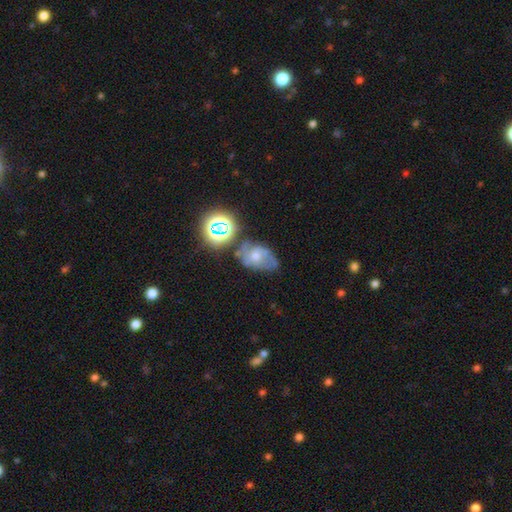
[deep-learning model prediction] smooth-or-featured: featured or disk: 42% | smooth: 29% | star or artifact: 29%
  merging: none: 54% | minor disturbance: 25% | major disturbance: 12% | merger: 9%